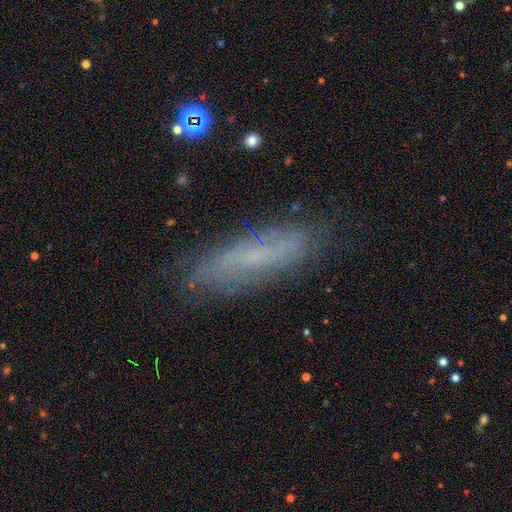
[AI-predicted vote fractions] This appears to be a featured or disk galaxy (44%, tied with smooth). Merging: none (77%).